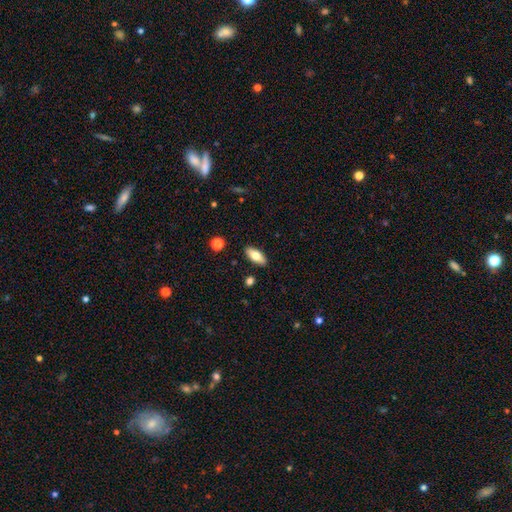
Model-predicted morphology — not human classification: A smooth galaxy with no disk features (69%) that is in between round and cigar-shaped (81%).

Vote fractions:
- Smooth or featured? smooth: 69% / featured or disk: 24% / star or artifact: 7%
- How rounded? in between: 81% / cigar-shaped: 16% / round: 3%
- Merging? none: 88% / minor disturbance: 8% / merger: 2% / major disturbance: 2%